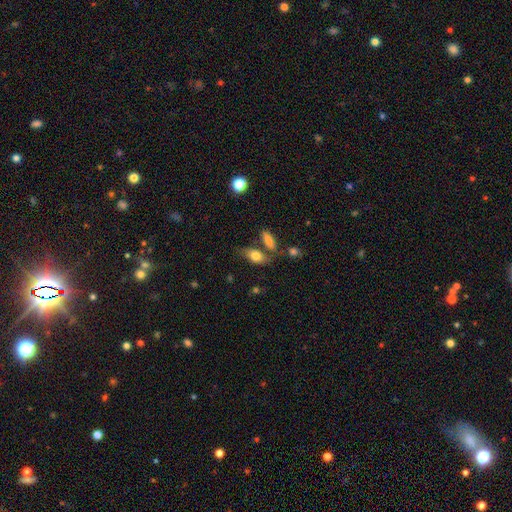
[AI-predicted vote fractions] A smooth galaxy with no disk features (76%) that is in between round and cigar-shaped (84%).

Vote fractions:
- Smooth or featured? smooth: 76% / featured or disk: 15% / star or artifact: 8%
- How rounded? in between: 84% / cigar-shaped: 11% / round: 5%
- Merging? none: 58% / merger: 19% / minor disturbance: 17% / major disturbance: 6%